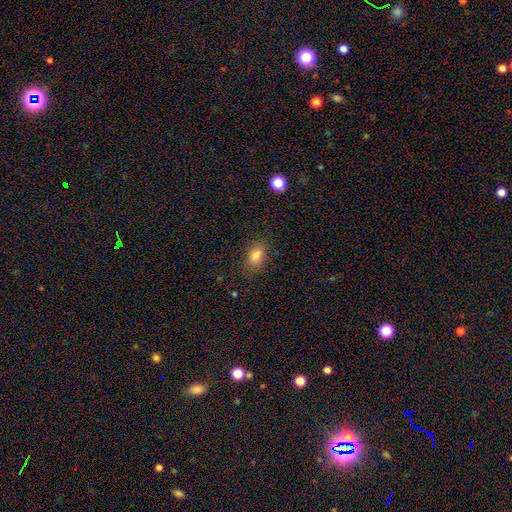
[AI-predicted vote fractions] Overall: smooth (81%). How rounded: in between (73%). Merging: none (83%).